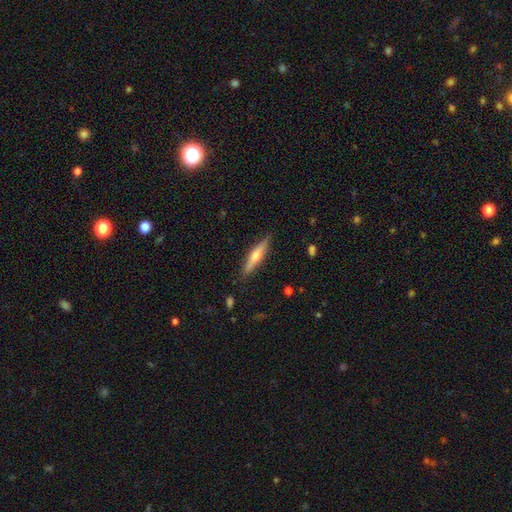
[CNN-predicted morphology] smooth-or-featured: featured or disk: 56% | smooth: 38% | star or artifact: 6%
  disk-edge-on: yes: 95% | no: 5%
    edge-on-bulge: rounded: 90% | none: 7% | boxy: 4%
  merging: none: 88% | minor disturbance: 9% | major disturbance: 2% | merger: 1%